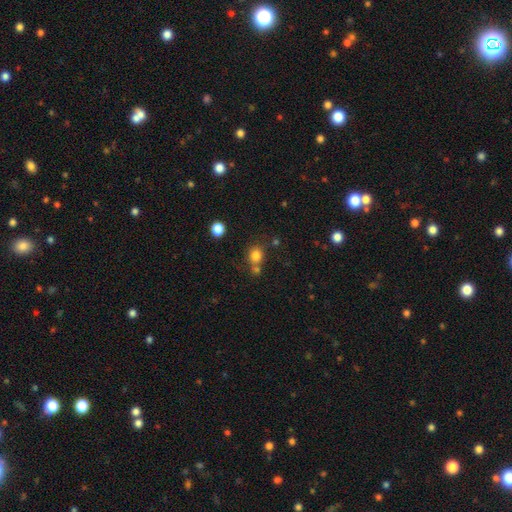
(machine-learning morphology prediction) This is clearly a smooth galaxy (80%). How rounded: likely round (76%). Merging: likely none (60%).